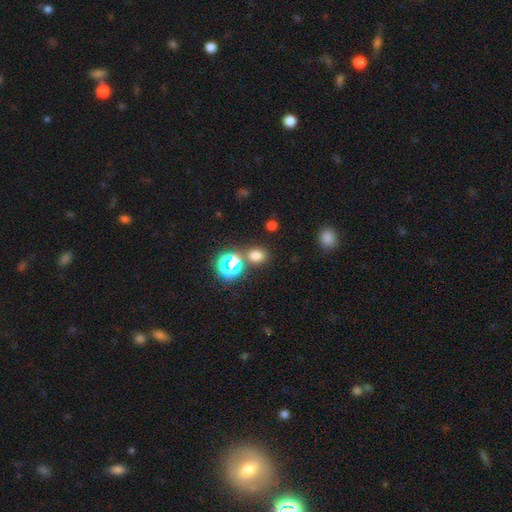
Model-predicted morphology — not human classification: type=smooth (68%); roundness=round (60%); merging=none (75%).